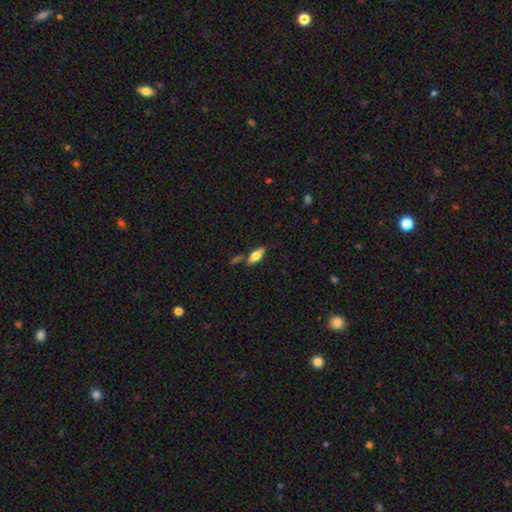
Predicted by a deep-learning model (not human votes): This is likely a smooth galaxy (67%). How rounded: likely in between (71%). Merging: likely none (71%).